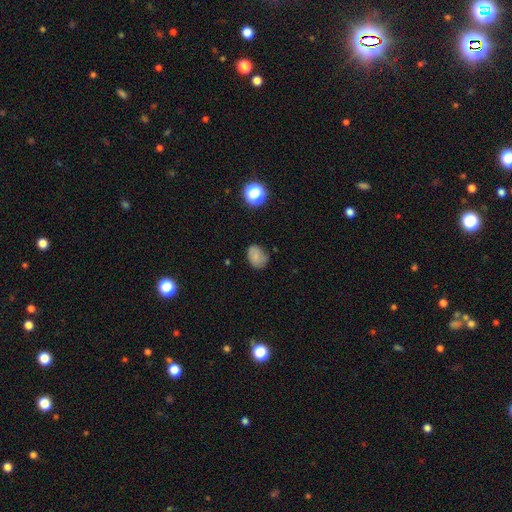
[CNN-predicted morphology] Q: Smooth or featured?
A: smooth (76%); runner-up: featured or disk (12%)
Q: How rounded?
A: in between (63%); runner-up: round (36%)
Q: Merging?
A: none (66%); runner-up: minor disturbance (26%)